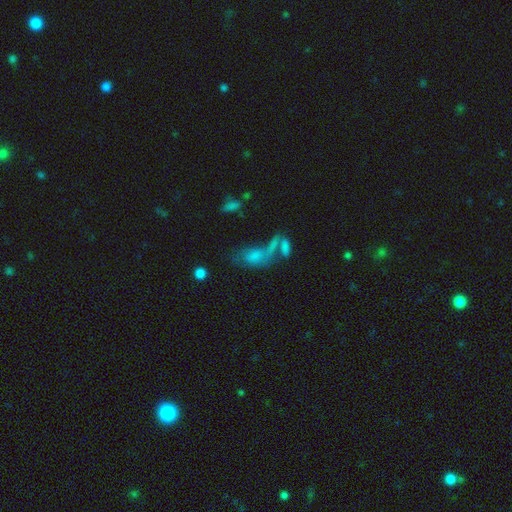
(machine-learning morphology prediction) Smooth or featured? smooth (53%)
How rounded? in between (78%)
Merging? merger (38%)